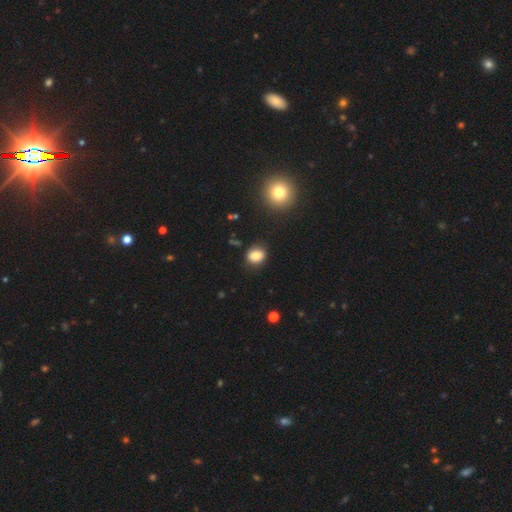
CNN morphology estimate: Q: Smooth or featured?
A: smooth (81%); runner-up: star or artifact (11%)
Q: How rounded?
A: round (62%); runner-up: in between (37%)
Q: Merging?
A: none (84%); runner-up: minor disturbance (11%)